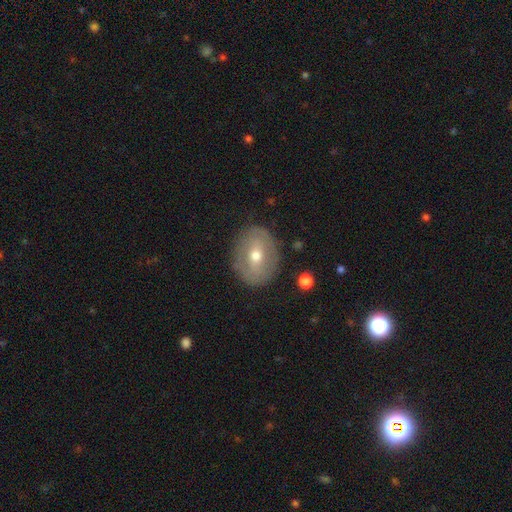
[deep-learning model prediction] Smooth or featured?
  - featured or disk: 54% *
  - smooth: 37%
  - star or artifact: 9%
Edge-on disk?
  - no: 92% *
  - yes: 8%
Merging?
  - none: 82% *
  - minor disturbance: 12%
  - major disturbance: 4%
  - merger: 1%